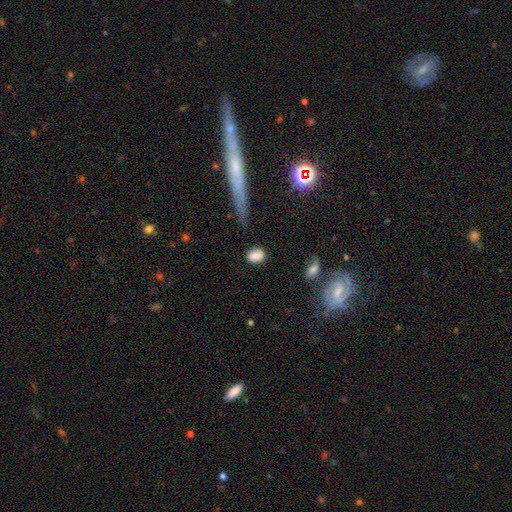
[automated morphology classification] Smooth or featured?
  - smooth: 85% *
  - star or artifact: 9%
  - featured or disk: 6%
How rounded?
  - in between: 72% *
  - round: 25%
  - cigar-shaped: 2%
Merging?
  - none: 78% *
  - minor disturbance: 15%
  - major disturbance: 5%
  - merger: 3%